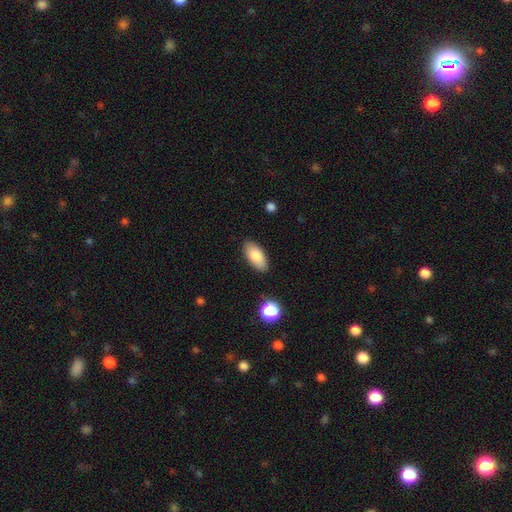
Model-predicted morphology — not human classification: Overall: smooth (83%). How rounded: in between (91%). Merging: none (85%).